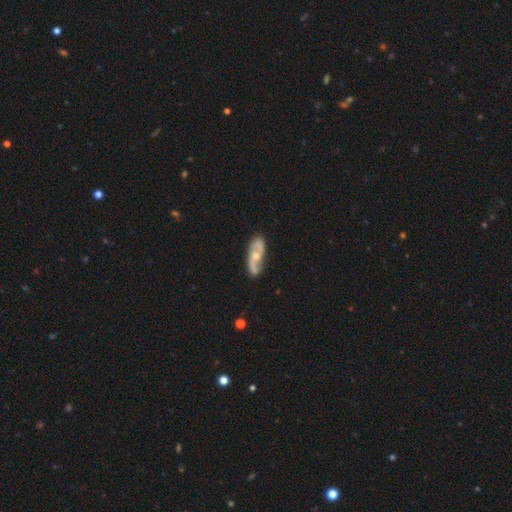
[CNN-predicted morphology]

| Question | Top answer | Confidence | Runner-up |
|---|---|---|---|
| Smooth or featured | featured or disk | 74% | smooth (21%) |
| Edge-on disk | no | 91% | yes (9%) |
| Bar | no | 62% | weak (31%) |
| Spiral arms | yes | 91% | no (9%) |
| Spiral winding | medium | 42% | loose (41%) |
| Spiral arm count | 2 | 88% | can't tell (7%) |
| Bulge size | moderate | 55% | small (38%) |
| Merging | none | 78% | minor disturbance (16%) |